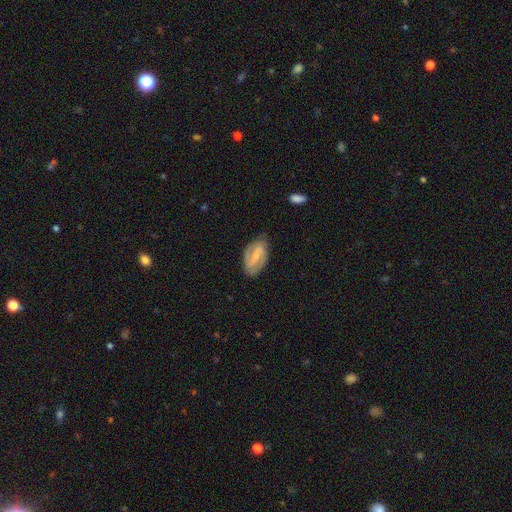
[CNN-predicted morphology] Smooth or featured? featured or disk (72%)
Edge-on disk? no (96%)
Bar? weak (45%)
Spiral arms? yes (88%)
Spiral winding? medium (45%)
Spiral arm count? 2 (84%)
Bulge size? small (65%)
Merging? none (75%)